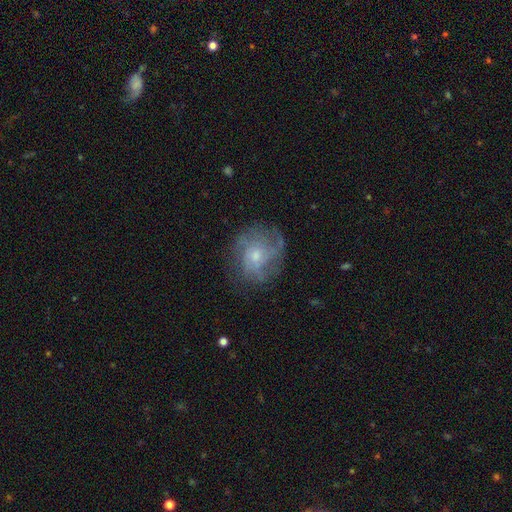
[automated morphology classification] A featured or disk galaxy (62%) with no bar (78%), spiral arms (76%) and a small central bulge (47%). Merging: none (67%).